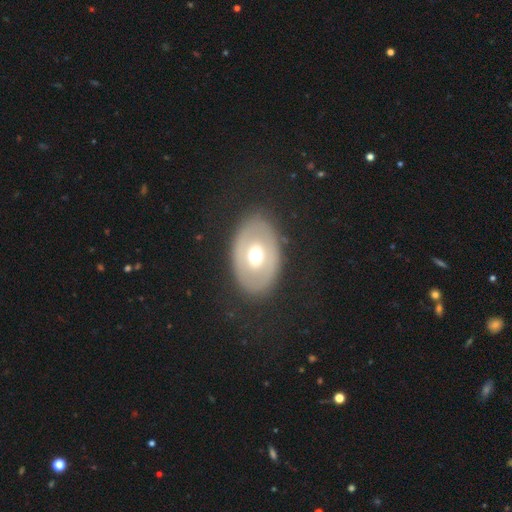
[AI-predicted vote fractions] Overall: smooth (47%; featured or disk 44%). Merging: none (82%).